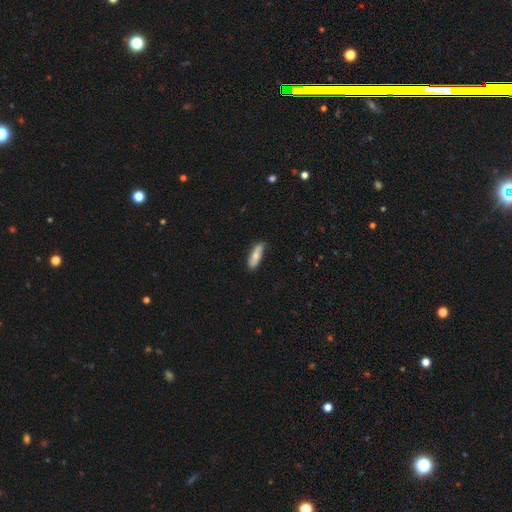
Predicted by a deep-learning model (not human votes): Overall: smooth (60%; featured or disk 34%). How rounded: in between (54%; cigar-shaped 44%). Merging: none (66%; minor disturbance 27%).